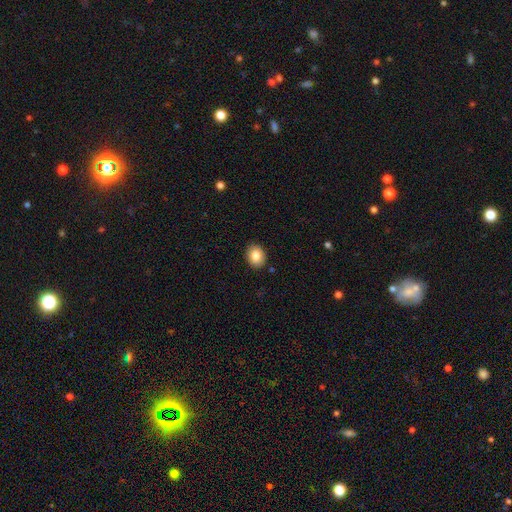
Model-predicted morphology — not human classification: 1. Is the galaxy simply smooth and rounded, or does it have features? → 86% smooth, 8% star or artifact, 6% featured or disk.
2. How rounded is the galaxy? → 53% round, 46% in between, 1% cigar-shaped.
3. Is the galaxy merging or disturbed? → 89% none, 8% minor disturbance, 2% major disturbance, 1% merger.